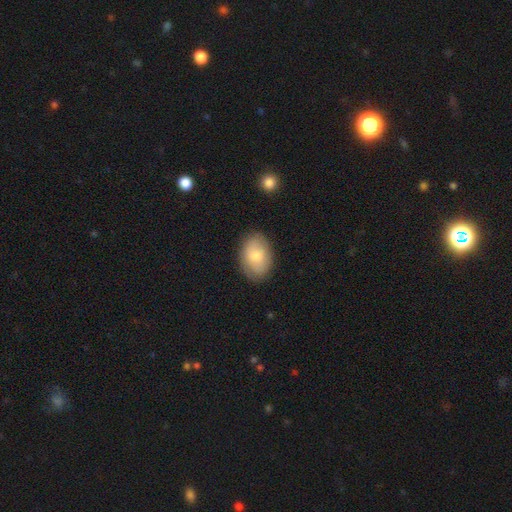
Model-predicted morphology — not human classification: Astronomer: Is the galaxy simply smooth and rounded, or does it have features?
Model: smooth — 74%.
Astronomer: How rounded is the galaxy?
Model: in between — 85%.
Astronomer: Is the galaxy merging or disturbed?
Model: none — 82%.